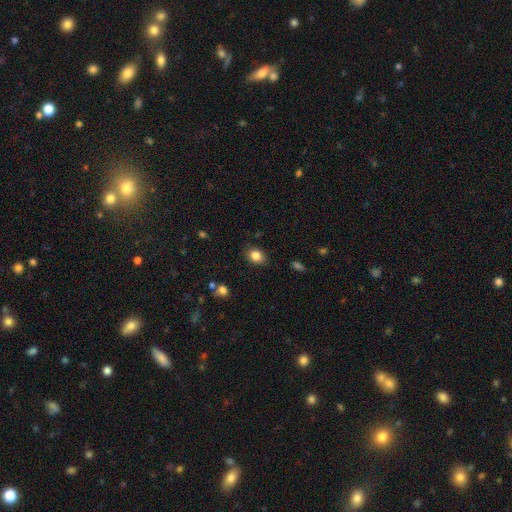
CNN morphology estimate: type=smooth (83%); roundness=in between (61%); merging=none (84%).